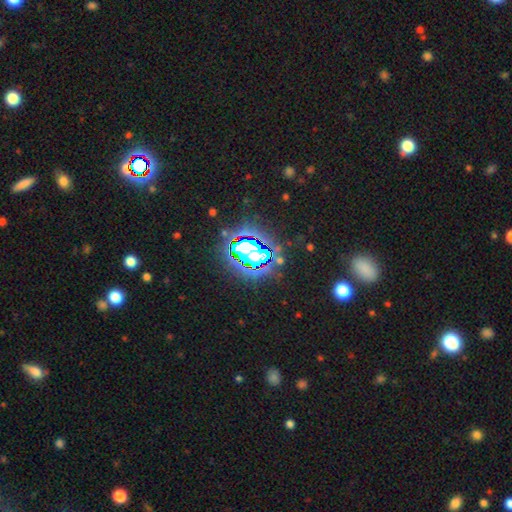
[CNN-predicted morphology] Smooth or featured? star or artifact (66%)